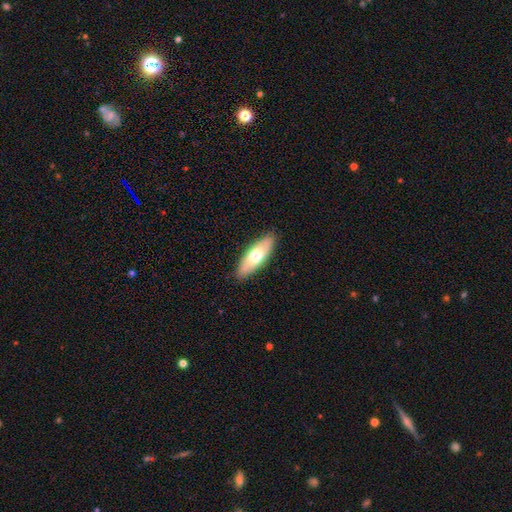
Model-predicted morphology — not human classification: type=smooth (66%); roundness=in between (61%); merging=none (88%).